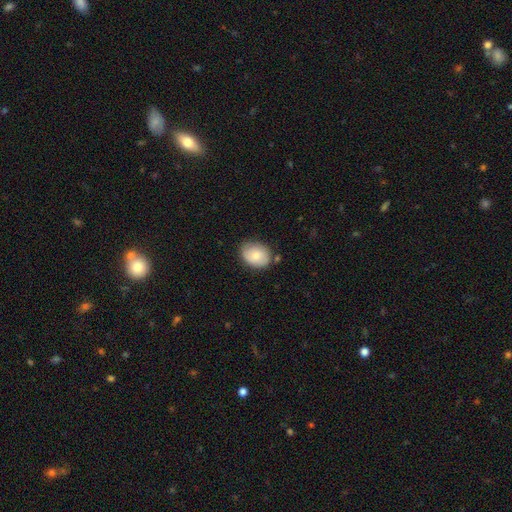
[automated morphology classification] smooth-or-featured: smooth: 75% | featured or disk: 18% | star or artifact: 7%
  how-rounded: in between: 67% | round: 32% | cigar-shaped: 1%
  merging: none: 74% | minor disturbance: 19% | major disturbance: 4% | merger: 3%